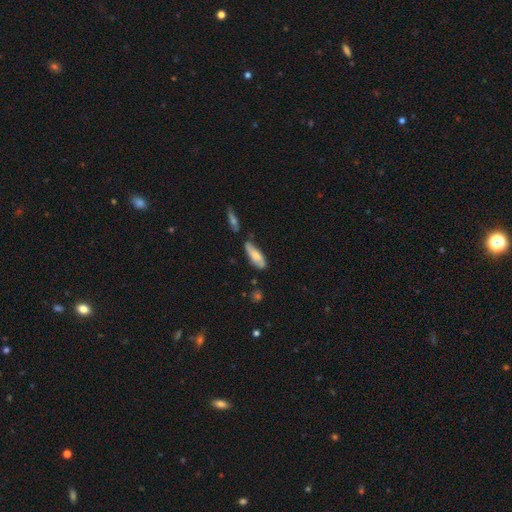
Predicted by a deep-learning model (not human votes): A smooth galaxy with no disk features (67%) that is in between round and cigar-shaped (59%). Merging: none (60%).